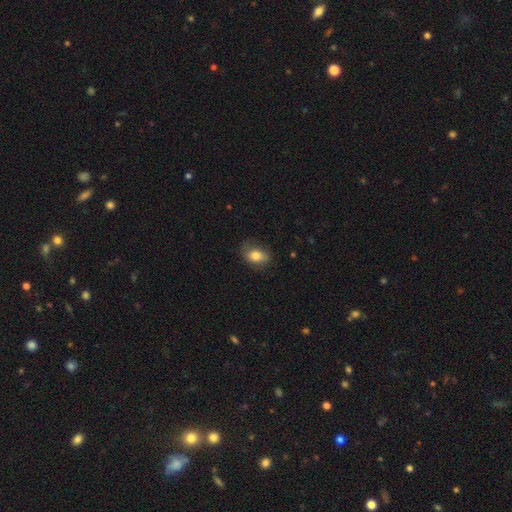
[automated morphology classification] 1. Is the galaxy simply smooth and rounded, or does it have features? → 80% smooth, 12% featured or disk, 8% star or artifact.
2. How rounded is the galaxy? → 80% in between, 19% round, 2% cigar-shaped.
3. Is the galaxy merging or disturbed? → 72% none, 21% minor disturbance, 6% major disturbance, 1% merger.